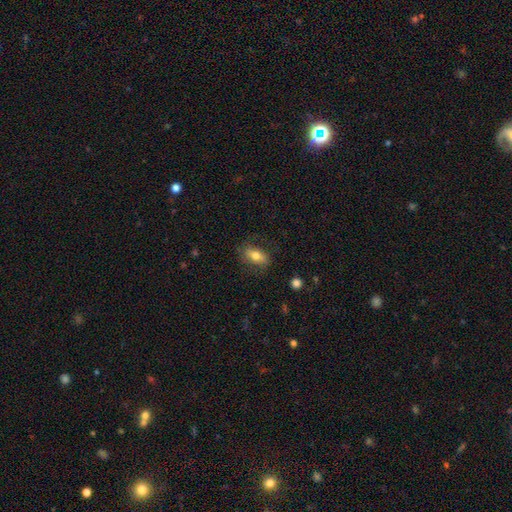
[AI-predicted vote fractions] Morphology: type=smooth (67%); roundness=in between (83%); merging=none (75%).